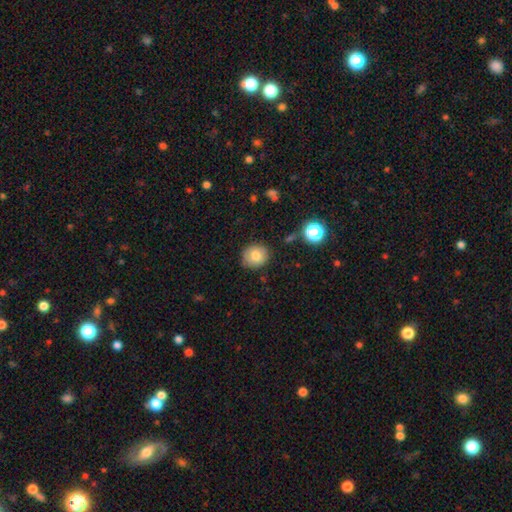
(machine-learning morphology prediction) Overall: smooth (77%). How rounded: round (80%). Merging: none (82%).